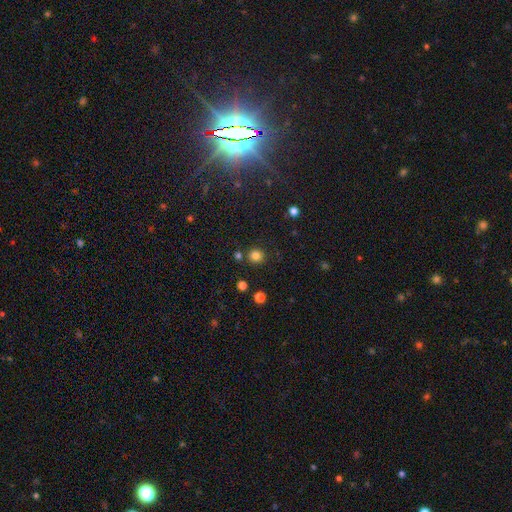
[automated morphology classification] Smooth or featured? Predicted: smooth (p=0.81). How rounded? Predicted: round (p=0.91). Merging? Predicted: none (p=0.85).